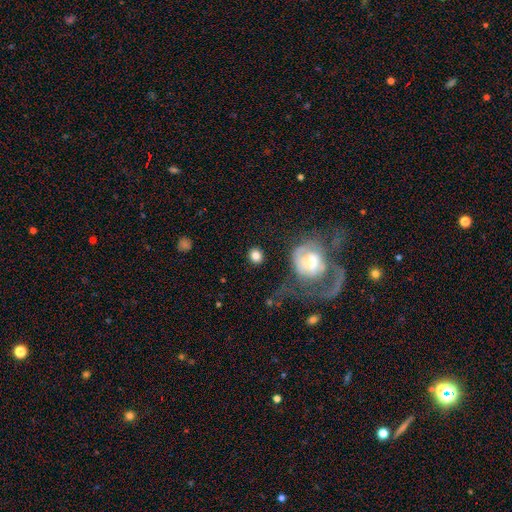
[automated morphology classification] Overall: smooth (82%). How rounded: round (81%). Merging: none (83%).